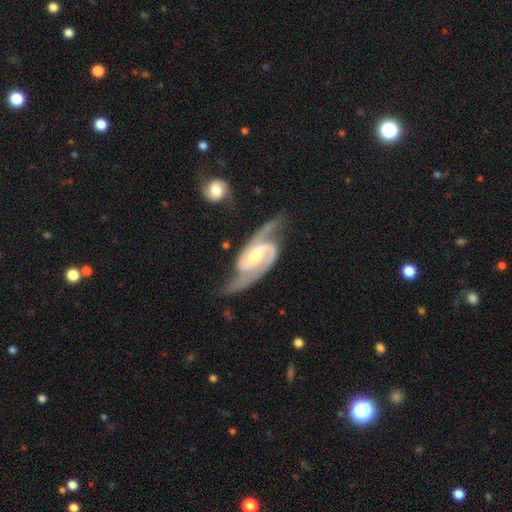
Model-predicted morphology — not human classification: smooth-or-featured: featured or disk: 93% | star or artifact: 4% | smooth: 4%
  disk-edge-on: no: 97% | yes: 3%
    bar: weak: 44% | strong: 35% | no: 21%
    has-spiral-arms: yes: 98% | no: 2%
      spiral-winding: medium: 57% | tight: 26% | loose: 17%
      spiral-arm-count: 2: 91% | 3: 3% | can't tell: 2% | 1: 2% | 4: 1% | more than 4: 1%
    bulge-size: moderate: 54% | small: 38% | large: 4% | none: 3% | dominant: 1%
  merging: none: 61% | minor disturbance: 22% | major disturbance: 12% | merger: 4%